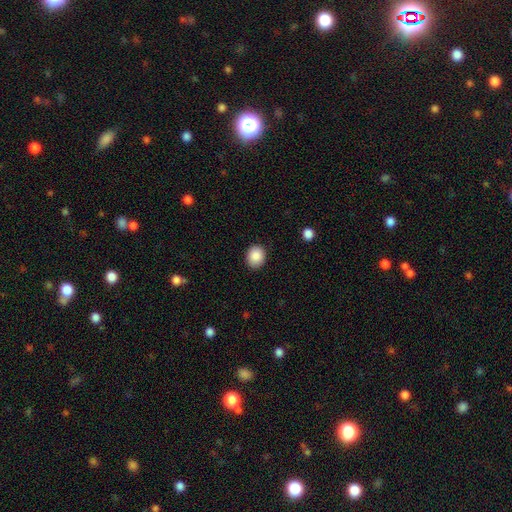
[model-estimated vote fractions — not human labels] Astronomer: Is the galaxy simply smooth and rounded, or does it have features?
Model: smooth — 88%.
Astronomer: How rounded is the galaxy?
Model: round — 62% (runner-up: in between, 38%).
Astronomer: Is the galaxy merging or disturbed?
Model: none — 88%.